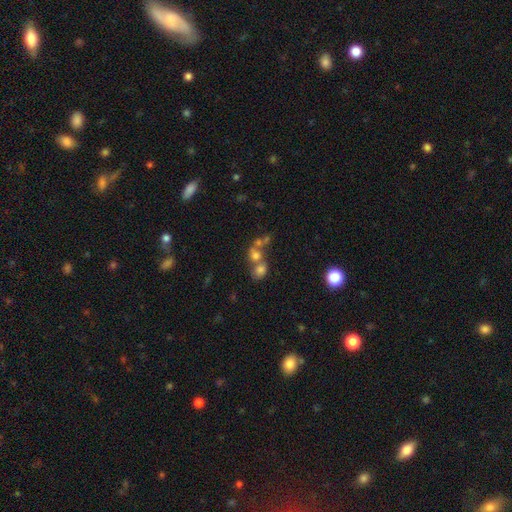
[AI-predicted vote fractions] This is likely a smooth galaxy (66%). How rounded: likely round (65%). Merging: possibly merger (60%).